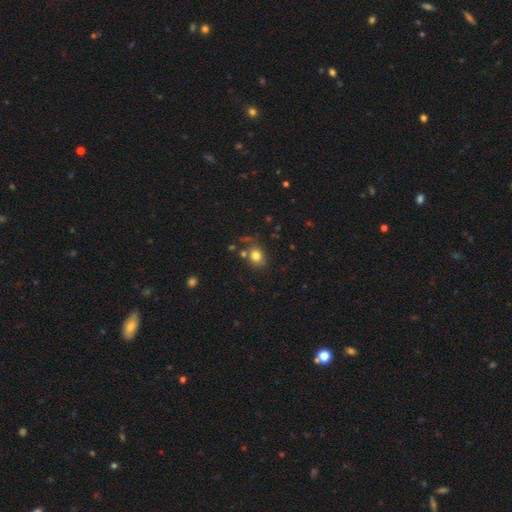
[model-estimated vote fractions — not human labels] Morphology: type=smooth (78%); roundness=round (61%); merging=none (64%).